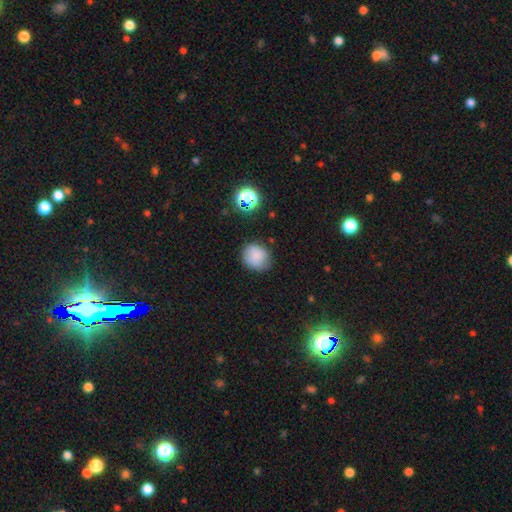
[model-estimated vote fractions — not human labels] The model was most divided on "how rounded": round: 69%, in between: 30%, cigar-shaped: 1%. More confident: smooth or featured — smooth (82%); merging — none (73%).